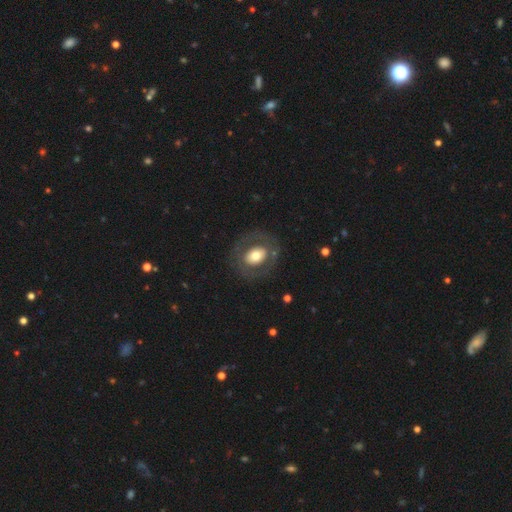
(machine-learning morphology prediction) type=smooth (53%); roundness=round (51%); merging=none (80%).